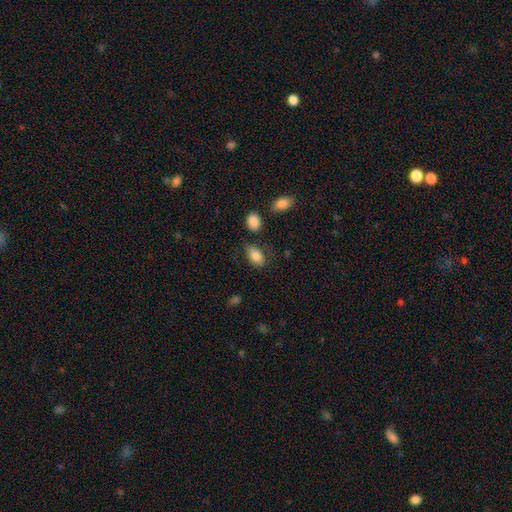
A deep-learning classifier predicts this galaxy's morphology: smooth_or_featured: smooth (p=0.84) [alt: featured or disk p=0.08]
how_rounded: in between (p=0.90) [alt: round p=0.08]
merging: none (p=0.73) [alt: minor disturbance p=0.17]